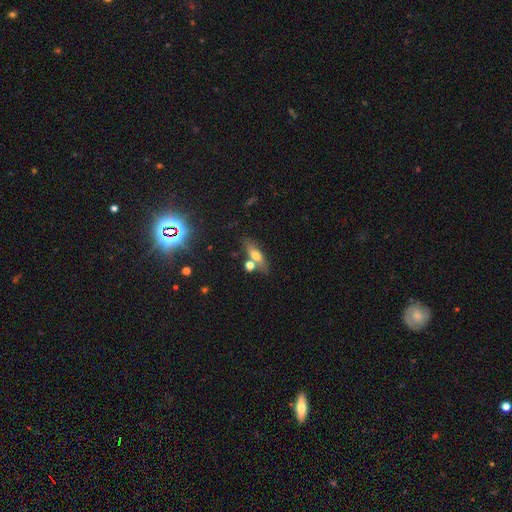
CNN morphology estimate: Smooth or featured? Predicted: smooth (p=0.54). How rounded? Predicted: in between (p=0.48). Merging? Predicted: none (p=0.65).